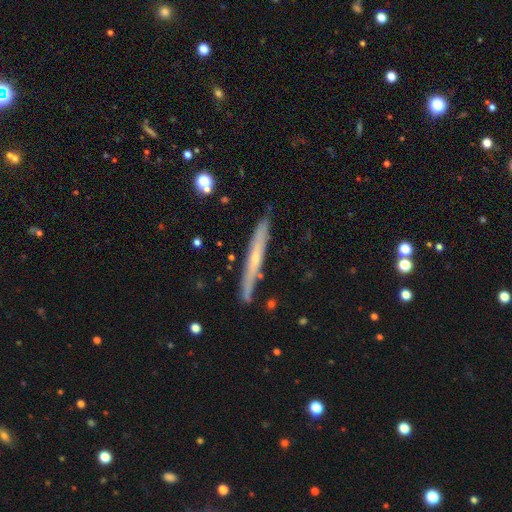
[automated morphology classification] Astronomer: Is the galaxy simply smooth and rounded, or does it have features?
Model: featured or disk — 57% (runner-up: smooth, 37%).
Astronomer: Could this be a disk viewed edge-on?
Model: yes — 93%.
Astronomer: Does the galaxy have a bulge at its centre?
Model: none — 55% (runner-up: rounded, 42%).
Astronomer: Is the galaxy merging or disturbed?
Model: none — 85%.